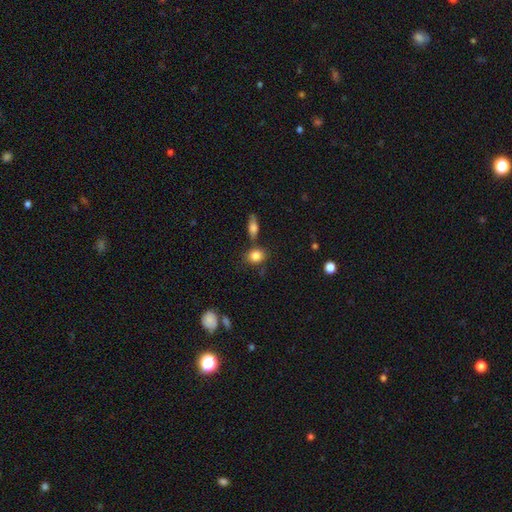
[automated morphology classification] Smooth or featured? Predicted: smooth (p=0.84). How rounded? Predicted: round (p=0.58). Merging? Predicted: none (p=0.67).